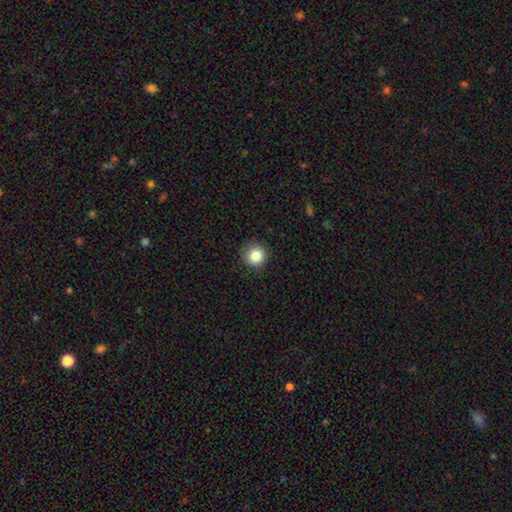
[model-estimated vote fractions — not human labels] Q: Smooth or featured?
A: smooth (83%); runner-up: star or artifact (11%)
Q: How rounded?
A: round (94%); runner-up: in between (5%)
Q: Merging?
A: none (89%); runner-up: minor disturbance (7%)